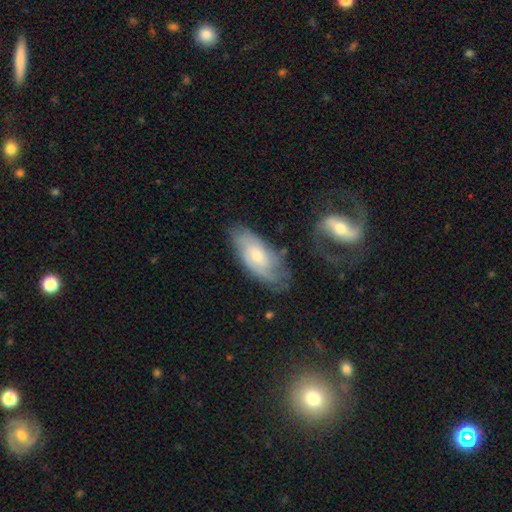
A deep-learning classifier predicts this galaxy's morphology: Smooth or featured?
  - featured or disk: 59% *
  - smooth: 34%
  - star or artifact: 7%
Edge-on disk?
  - no: 88% *
  - yes: 12%
Bar?
  - no: 67% *
  - weak: 28%
  - strong: 5%
Spiral arms?
  - yes: 83% *
  - no: 17%
Bulge size?
  - small: 50% *
  - moderate: 44%
  - large: 3%
  - none: 2%
  - dominant: 1%
Merging?
  - none: 63% *
  - minor disturbance: 22%
  - major disturbance: 8%
  - merger: 7%